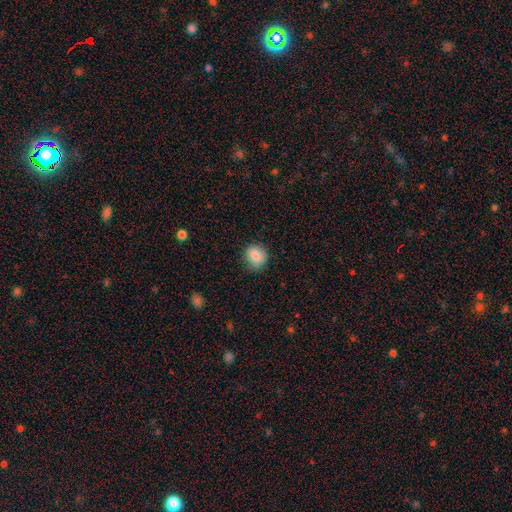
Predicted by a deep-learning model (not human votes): Smooth or featured?
  - smooth: 83% *
  - star or artifact: 9%
  - featured or disk: 8%
How rounded?
  - round: 78% *
  - in between: 21%
  - cigar-shaped: 1%
Merging?
  - none: 80% *
  - minor disturbance: 16%
  - major disturbance: 3%
  - merger: 1%